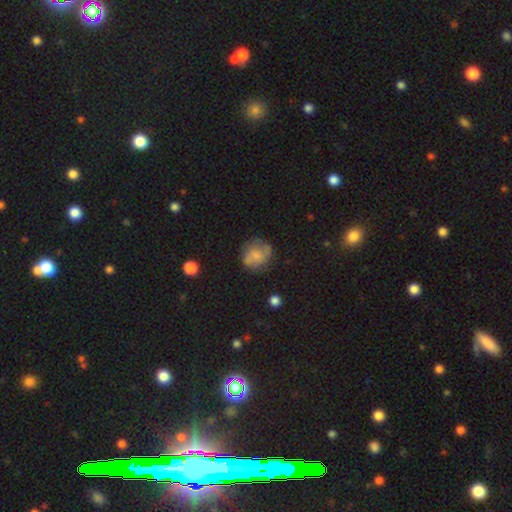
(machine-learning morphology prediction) smooth_or_featured: smooth (p=0.49) [alt: featured or disk p=0.42]
merging: none (p=0.61) [alt: minor disturbance p=0.23]